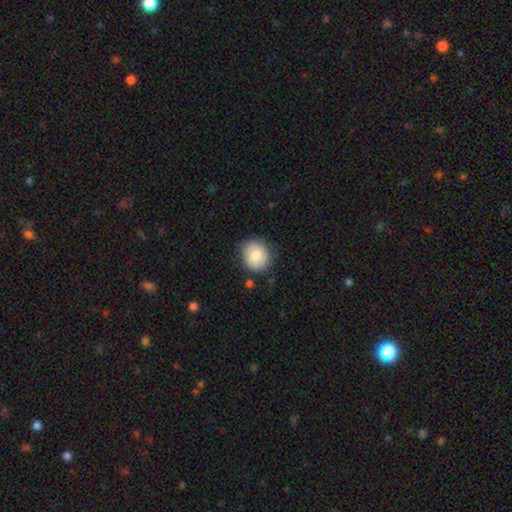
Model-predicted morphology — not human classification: Smooth or featured: smooth — 75% (featured or disk — 18%)
How rounded: round — 74% (in between — 25%)
Merging: none — 78% (minor disturbance — 17%)